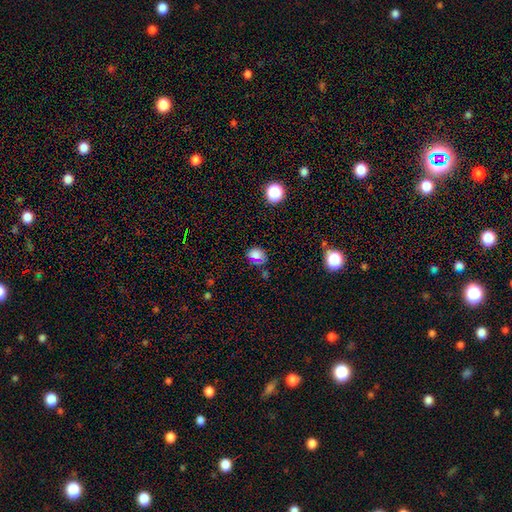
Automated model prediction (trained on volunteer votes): A smooth galaxy with no disk features (68%) that is round (50%).

Vote fractions:
- Smooth or featured? smooth: 68% / star or artifact: 26% / featured or disk: 7%
- How rounded? round: 50% / in between: 48% / cigar-shaped: 2%
- Merging? none: 73% / minor disturbance: 17% / major disturbance: 6% / merger: 4%